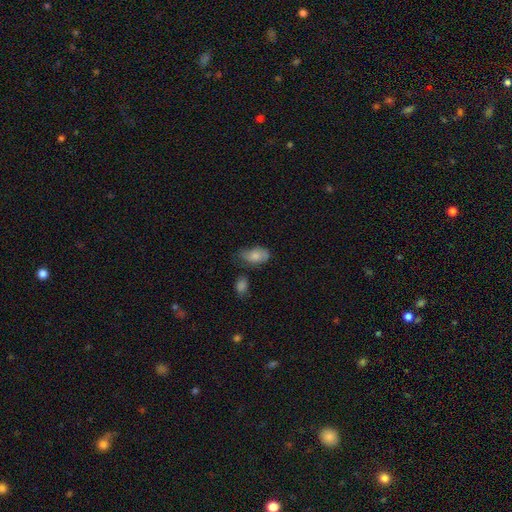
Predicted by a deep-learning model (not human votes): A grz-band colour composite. It shows a smooth galaxy with no disk features (76%) that is in between round and cigar-shaped (91%). Merging: none (47%).